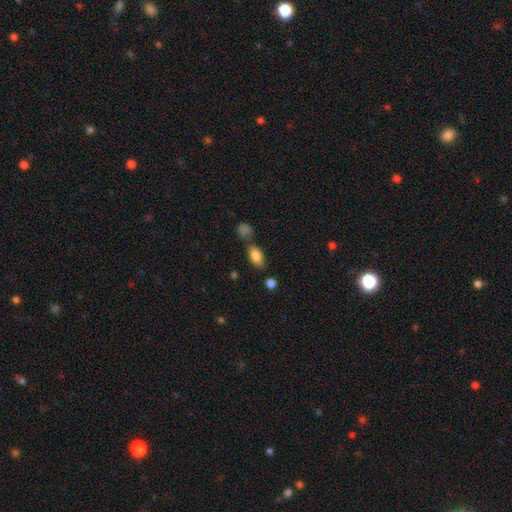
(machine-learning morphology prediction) Q: Smooth or featured?
A: smooth (82%); runner-up: featured or disk (10%)
Q: How rounded?
A: in between (89%); runner-up: cigar-shaped (6%)
Q: Merging?
A: none (67%); runner-up: merger (14%)